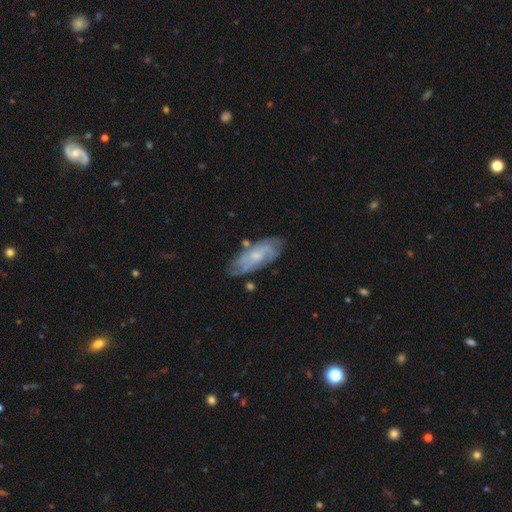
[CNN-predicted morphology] Q: Smooth or featured?
A: featured or disk (67%); runner-up: smooth (26%)
Q: Edge-on disk?
A: no (88%); runner-up: yes (12%)
Q: Bar?
A: no (68%); runner-up: weak (27%)
Q: Spiral arms?
A: yes (83%); runner-up: no (17%)
Q: Bulge size?
A: small (61%); runner-up: moderate (29%)
Q: Merging?
A: none (70%); runner-up: minor disturbance (20%)